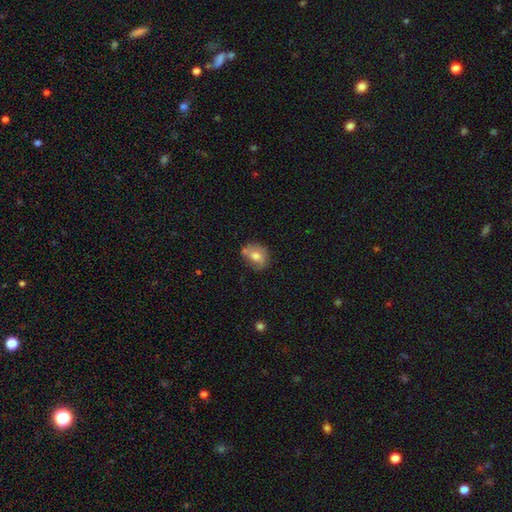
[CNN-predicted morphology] Smooth or featured: smooth — 64% (featured or disk — 26%)
How rounded: round — 52% (in between — 47%)
Merging: none — 55% (minor disturbance — 26%)